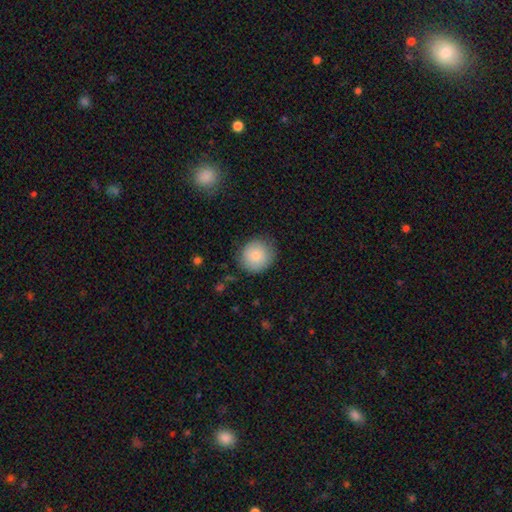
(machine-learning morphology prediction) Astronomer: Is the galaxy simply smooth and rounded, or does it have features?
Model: smooth — 81%.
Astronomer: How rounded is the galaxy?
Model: round — 91%.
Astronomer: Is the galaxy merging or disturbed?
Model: none — 82%.